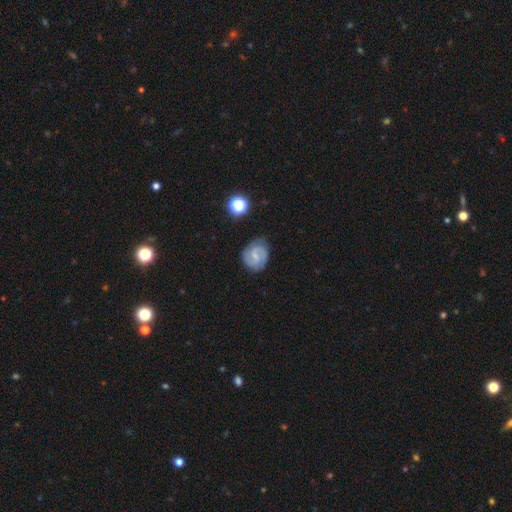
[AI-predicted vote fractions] The model was most divided on "spiral winding": medium: 48%, tight: 39%, loose: 13%. More confident: edge-on disk — no (98%); spiral arms — yes (96%); spiral arm count — 2 (85%); smooth or featured — featured or disk (79%); merging — none (78%); bar — weak (59%); bulge size — small (54%).